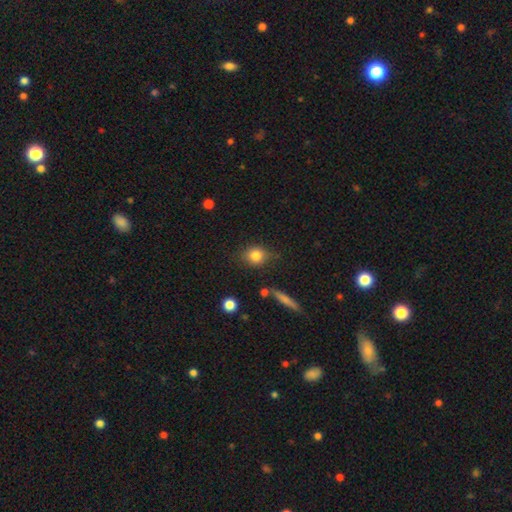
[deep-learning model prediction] smooth 81%, star or artifact 10%, featured or disk 9%. Down the decision tree: how rounded — round (65%); merging — none (79%).